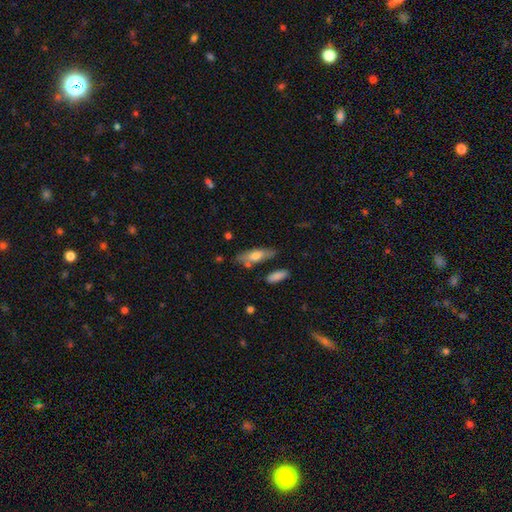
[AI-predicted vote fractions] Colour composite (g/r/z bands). It shows a smooth galaxy with no disk features (65%) that is in between round and cigar-shaped (60%). Merging: none (71%).